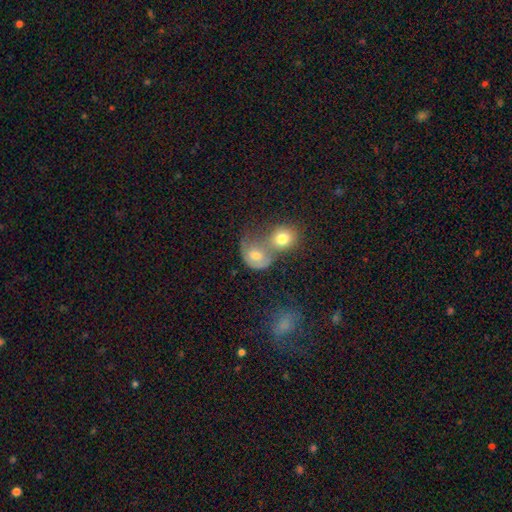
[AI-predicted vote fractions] The model was most divided on "how rounded": round: 59%, in between: 39%, cigar-shaped: 1%. More confident: smooth or featured — smooth (67%); merging — merger (65%).